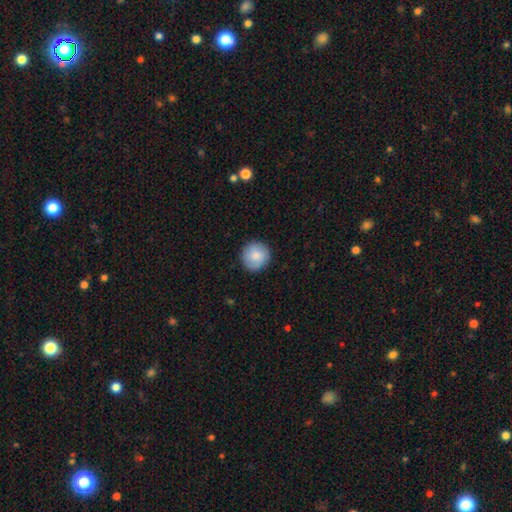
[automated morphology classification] This is clearly a smooth galaxy (84%). How rounded: clearly round (95%). Merging: clearly none (89%).